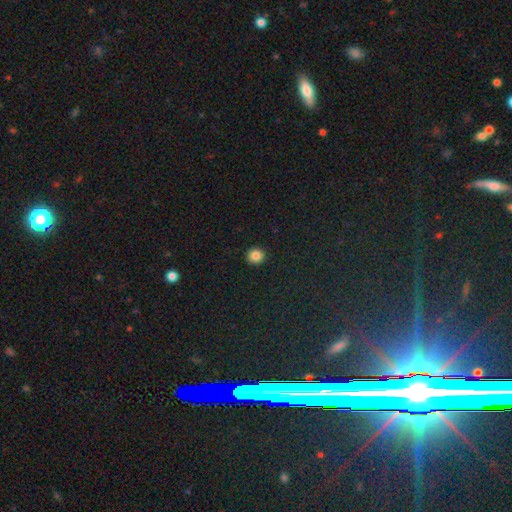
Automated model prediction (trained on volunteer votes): Smooth or featured? Predicted: smooth (p=0.85). How rounded? Predicted: round (p=0.91). Merging? Predicted: none (p=0.93).